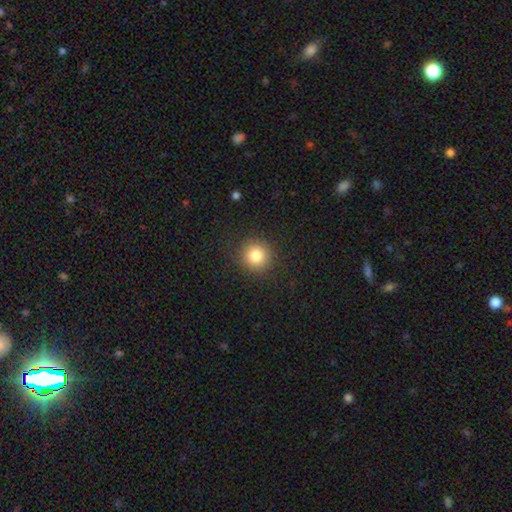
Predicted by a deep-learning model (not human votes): Smooth or featured? Predicted: smooth (p=0.82). How rounded? Predicted: round (p=0.93). Merging? Predicted: none (p=0.89).